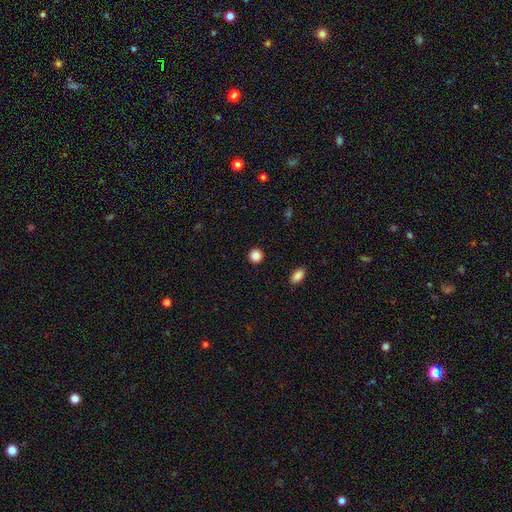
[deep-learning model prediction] Q: Smooth or featured?
A: smooth (86%); runner-up: star or artifact (10%)
Q: How rounded?
A: round (94%); runner-up: in between (5%)
Q: Merging?
A: none (93%); runner-up: minor disturbance (4%)